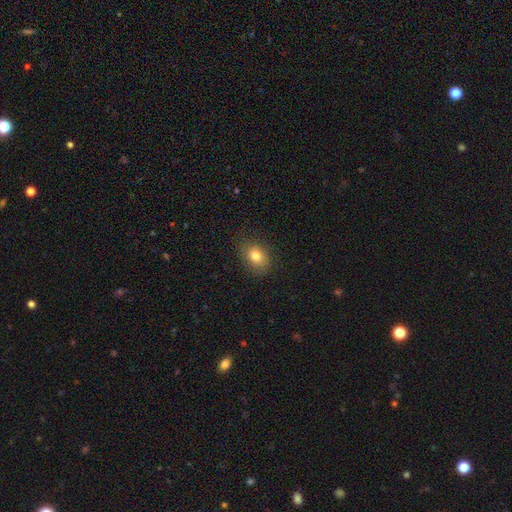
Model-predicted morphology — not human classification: Smooth or featured: smooth — 79% (featured or disk — 11%)
How rounded: in between — 64% (round — 34%)
Merging: none — 82% (minor disturbance — 14%)